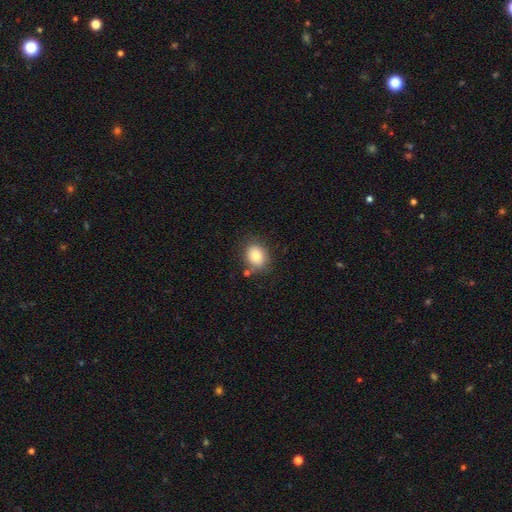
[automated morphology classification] Smooth or featured?
  - smooth: 82% *
  - star or artifact: 9%
  - featured or disk: 8%
How rounded?
  - round: 59% *
  - in between: 40%
  - cigar-shaped: 1%
Merging?
  - none: 78% *
  - minor disturbance: 13%
  - merger: 5%
  - major disturbance: 4%